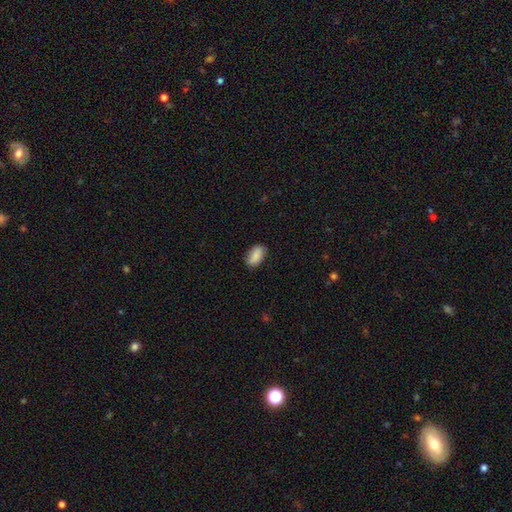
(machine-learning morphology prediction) smooth-or-featured: smooth: 88% | star or artifact: 7% | featured or disk: 5%
  how-rounded: in between: 92% | round: 4% | cigar-shaped: 3%
  merging: none: 83% | minor disturbance: 13% | major disturbance: 3% | merger: 1%